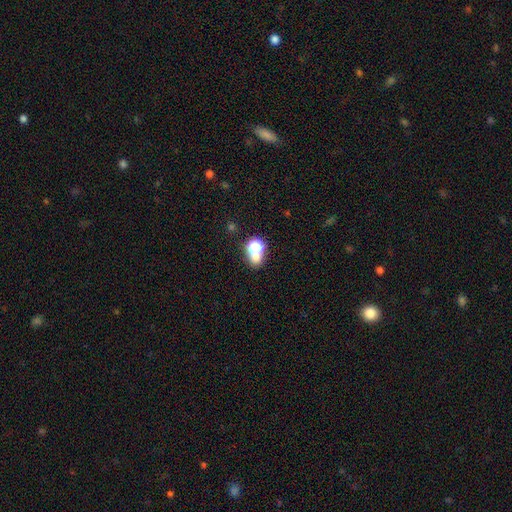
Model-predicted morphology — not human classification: Q: Smooth or featured?
A: smooth (63%); runner-up: star or artifact (24%)
Q: How rounded?
A: round (50%); runner-up: in between (48%)
Q: Merging?
A: none (45%); runner-up: merger (36%)